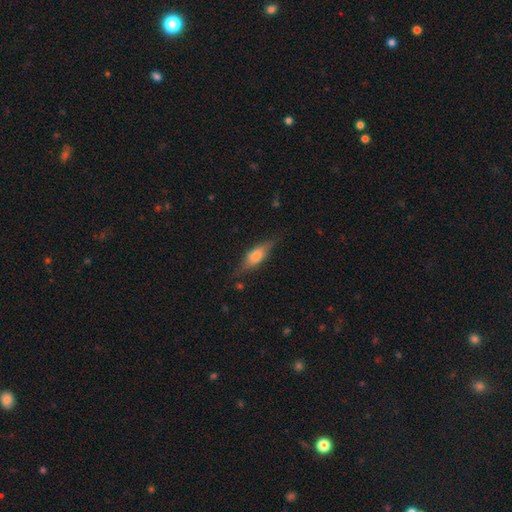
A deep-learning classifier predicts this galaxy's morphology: Smooth or featured: smooth — 55% (featured or disk — 38%)
How rounded: in between — 51% (cigar-shaped — 46%)
Merging: none — 74% (minor disturbance — 20%)